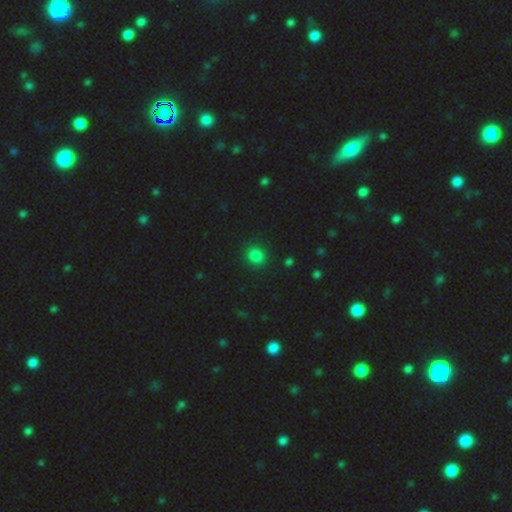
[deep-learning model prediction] Overall: smooth (82%). How rounded: round (79%). Merging: none (89%).